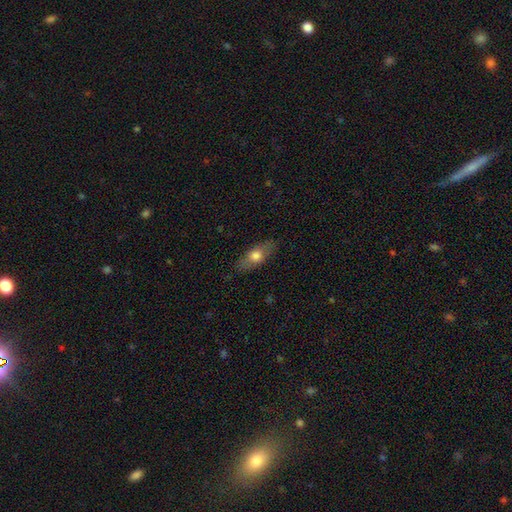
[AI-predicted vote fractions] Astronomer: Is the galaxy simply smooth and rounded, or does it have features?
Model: smooth — 63%.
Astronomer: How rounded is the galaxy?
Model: in between — 68%.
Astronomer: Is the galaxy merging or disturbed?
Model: none — 83%.